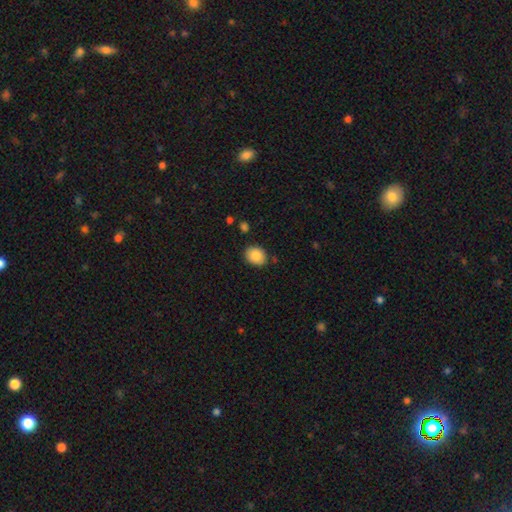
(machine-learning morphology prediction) This is clearly a smooth galaxy (87%). How rounded: possibly in between (54%). Merging: clearly none (83%).